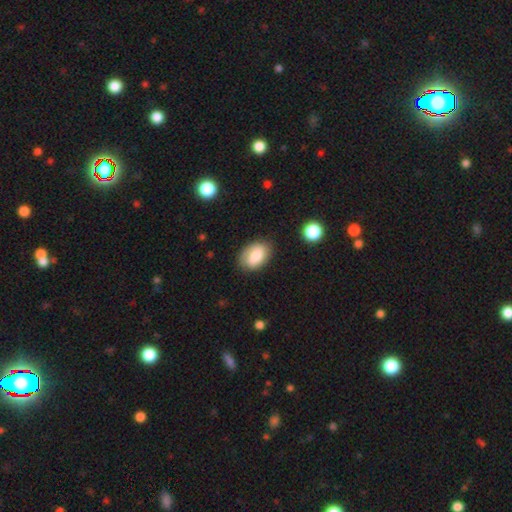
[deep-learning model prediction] smooth_or_featured: smooth (p=0.73) [alt: featured or disk p=0.20]
how_rounded: in between (p=0.87) [alt: round p=0.12]
merging: none (p=0.76) [alt: minor disturbance p=0.18]